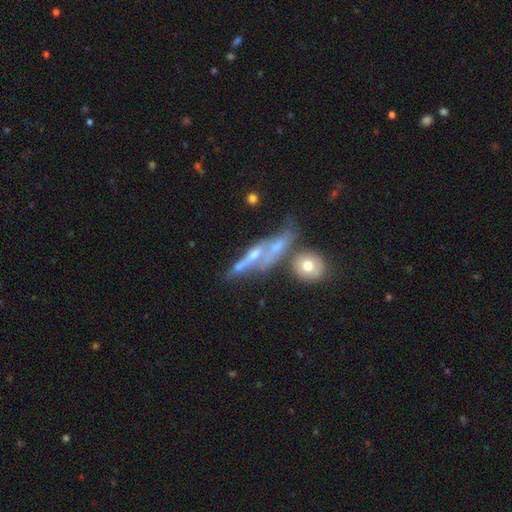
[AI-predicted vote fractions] This is likely a featured or disk galaxy (68%). It is likely viewed edge-on (64%). Merging: marginally merger (37%).